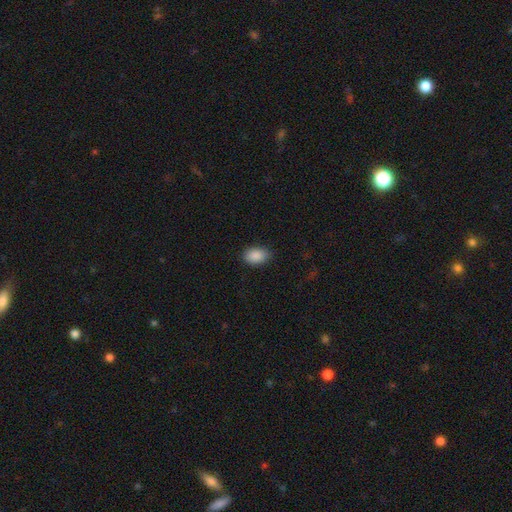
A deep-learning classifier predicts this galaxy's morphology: smooth-or-featured: smooth: 90% | star or artifact: 7% | featured or disk: 3%
  how-rounded: in between: 88% | round: 11% | cigar-shaped: 1%
  merging: none: 86% | minor disturbance: 11% | major disturbance: 2% | merger: 1%